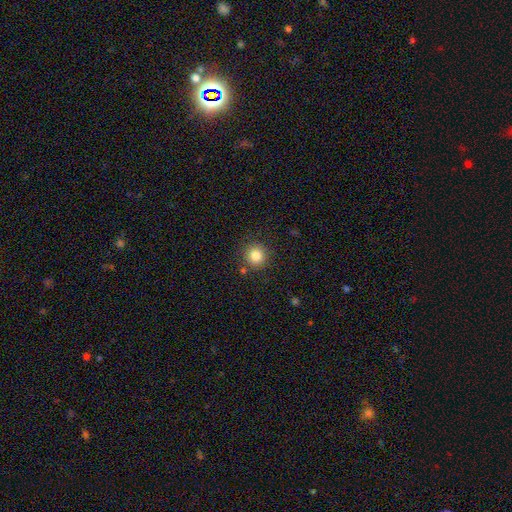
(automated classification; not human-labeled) This appears to be a smooth galaxy with no disk features (83%) that is round (94%). Merging: none (87%).